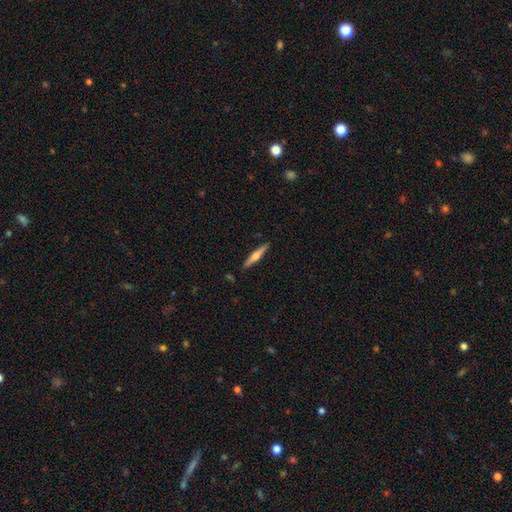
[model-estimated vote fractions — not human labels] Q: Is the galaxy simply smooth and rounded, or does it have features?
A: featured or disk — 58%.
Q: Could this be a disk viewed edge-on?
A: yes — 97%.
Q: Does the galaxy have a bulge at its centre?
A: rounded — 89%.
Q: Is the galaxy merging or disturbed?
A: none — 90%.